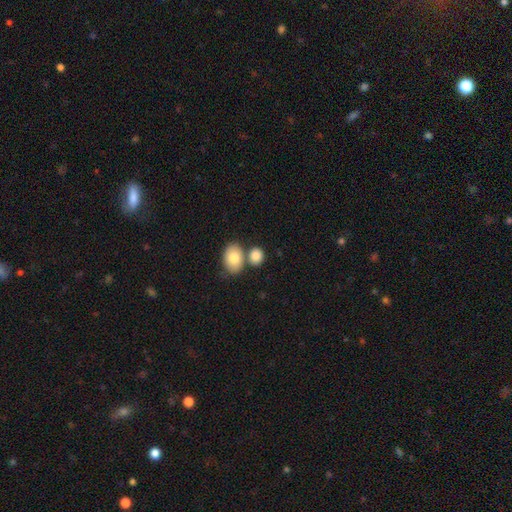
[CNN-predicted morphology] smooth-or-featured: smooth: 84% | featured or disk: 8% | star or artifact: 7%
  how-rounded: in between: 53% | round: 46% | cigar-shaped: 1%
  merging: none: 53% | merger: 32% | minor disturbance: 11% | major disturbance: 4%